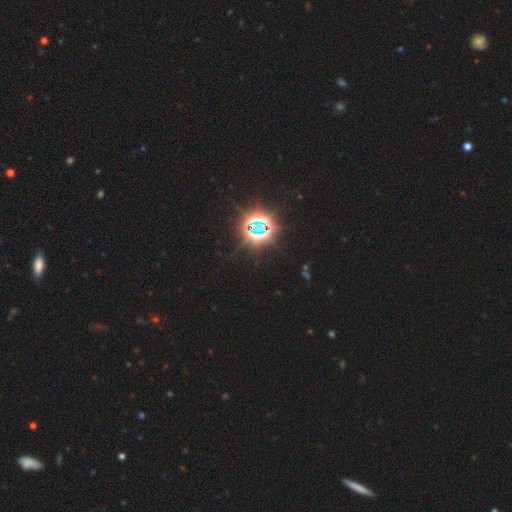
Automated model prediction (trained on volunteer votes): Smooth or featured? star or artifact (80%)